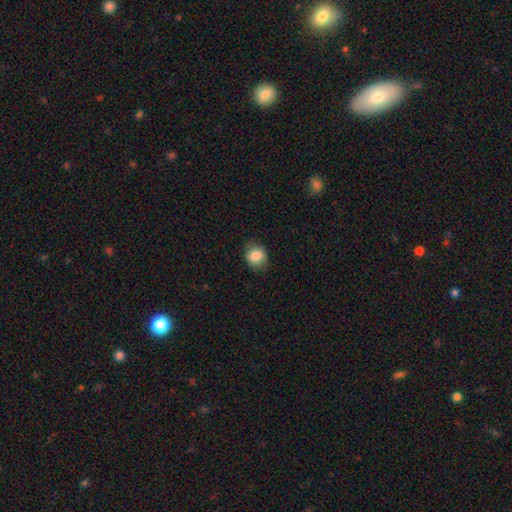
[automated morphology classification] Overall: smooth (83%). How rounded: round (68%; in between 31%). Merging: none (80%).